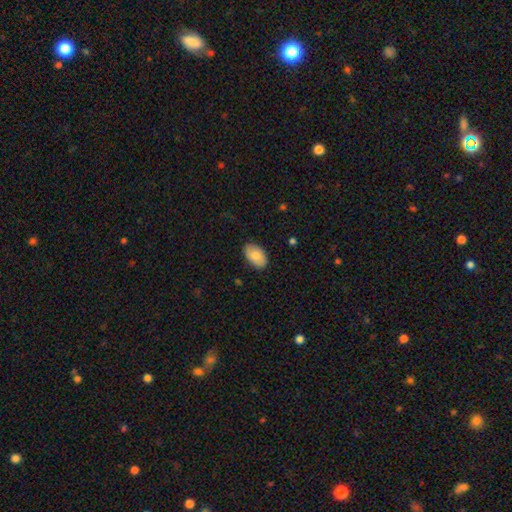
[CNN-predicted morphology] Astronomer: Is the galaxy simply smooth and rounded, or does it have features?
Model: smooth — 82%.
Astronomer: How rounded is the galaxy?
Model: in between — 93%.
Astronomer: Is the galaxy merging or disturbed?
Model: none — 85%.